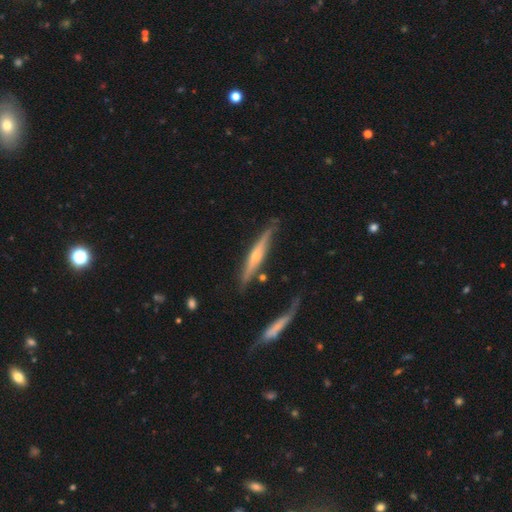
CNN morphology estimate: Q: Smooth or featured?
A: featured or disk (71%); runner-up: smooth (23%)
Q: Edge-on disk?
A: yes (95%); runner-up: no (5%)
Q: Edge-on bulge?
A: rounded (78%); runner-up: none (16%)
Q: Merging?
A: none (76%); runner-up: minor disturbance (15%)